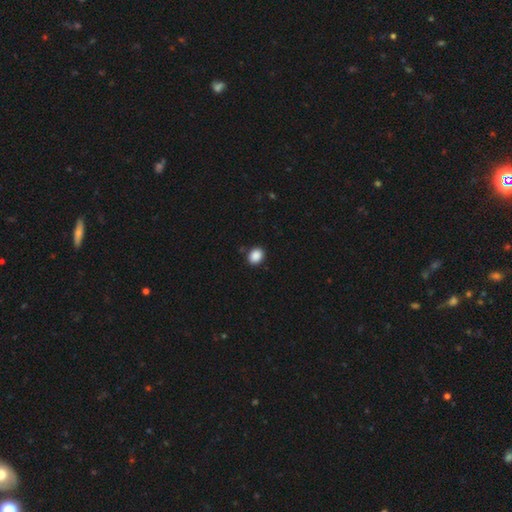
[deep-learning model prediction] smooth_or_featured: smooth (p=0.88) [alt: star or artifact p=0.09]
how_rounded: round (p=0.54) [alt: in between p=0.45]
merging: none (p=0.88) [alt: minor disturbance p=0.08]